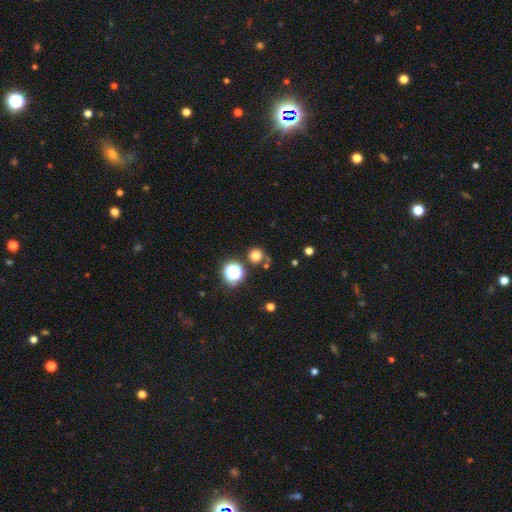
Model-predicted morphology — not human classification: Smooth or featured? smooth (73%)
How rounded? round (93%)
Merging? none (75%)